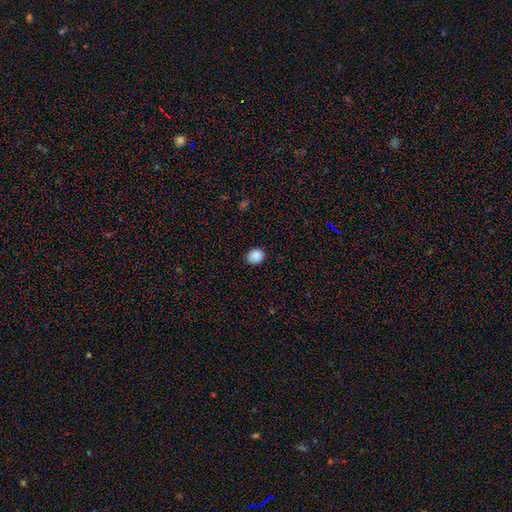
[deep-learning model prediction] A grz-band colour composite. It shows a smooth galaxy with no disk features (89%) that is round (64%). Merging: none (88%).